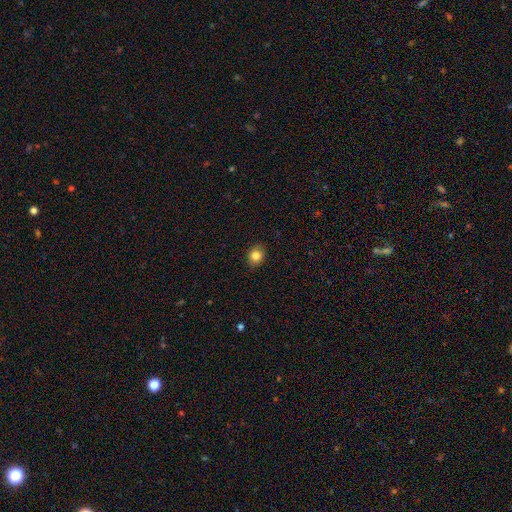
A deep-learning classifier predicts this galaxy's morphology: A smooth galaxy with no disk features (84%) that is round (63%). Merging: none (89%).